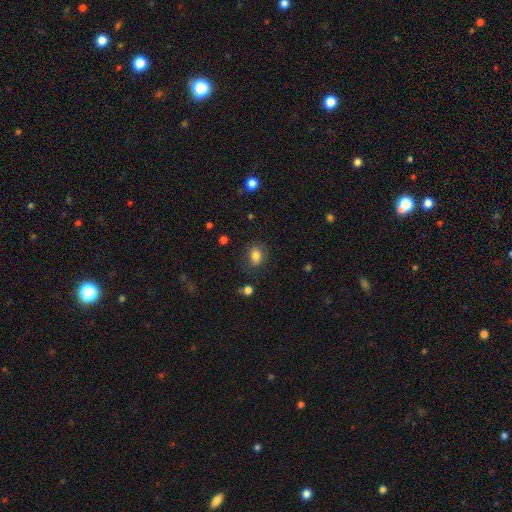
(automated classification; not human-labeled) Morphology: type=smooth (81%); roundness=in between (56%); merging=none (80%).